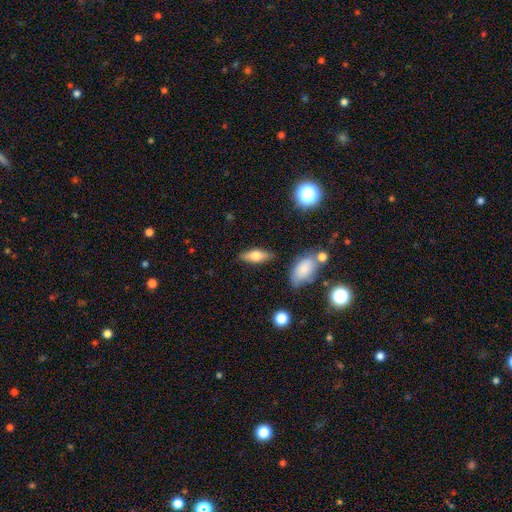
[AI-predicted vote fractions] A smooth galaxy with no disk features (59%) that is in between round and cigar-shaped (67%). Merging: none (83%).